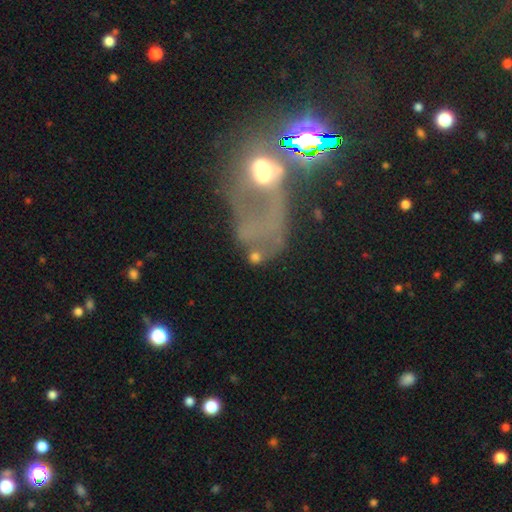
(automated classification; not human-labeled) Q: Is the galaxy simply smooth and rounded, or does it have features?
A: featured or disk — 40%.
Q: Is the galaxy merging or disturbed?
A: merger — 37%.